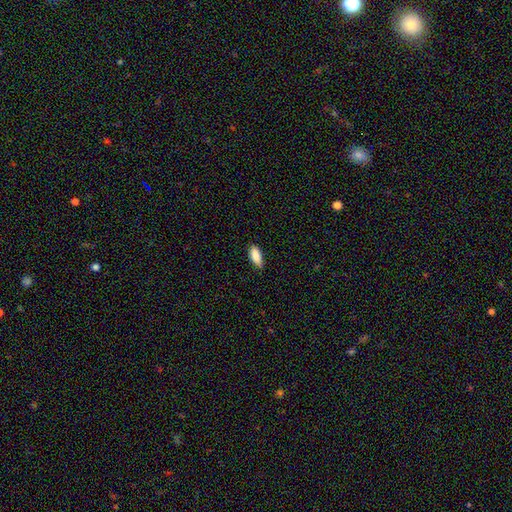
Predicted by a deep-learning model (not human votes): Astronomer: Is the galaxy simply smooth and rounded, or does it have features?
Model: smooth — 88%.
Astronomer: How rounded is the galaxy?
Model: in between — 86%.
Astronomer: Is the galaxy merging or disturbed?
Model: none — 78%.